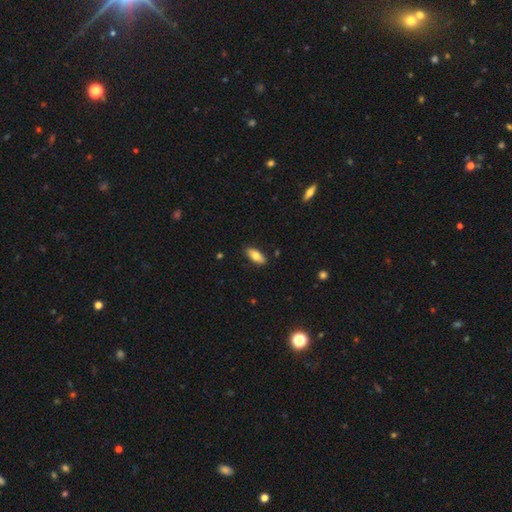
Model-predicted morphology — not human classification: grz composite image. It shows a smooth galaxy with no disk features (77%) that is in between round and cigar-shaped (81%). Merging: none (88%).